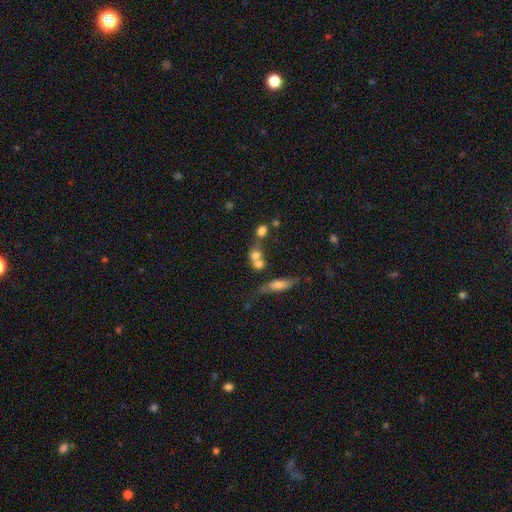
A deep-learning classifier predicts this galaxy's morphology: The model was most divided on "merging": merger: 52%, none: 32%, minor disturbance: 9%, major disturbance: 7%. More confident: smooth or featured — smooth (69%); how rounded — round (65%).